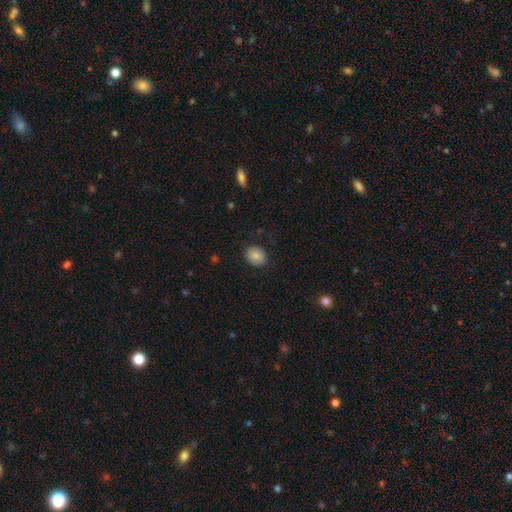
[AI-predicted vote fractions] smooth-or-featured: smooth: 80% | featured or disk: 12% | star or artifact: 8%
  how-rounded: round: 59% | in between: 40% | cigar-shaped: 1%
  merging: none: 85% | minor disturbance: 11% | major disturbance: 3% | merger: 1%